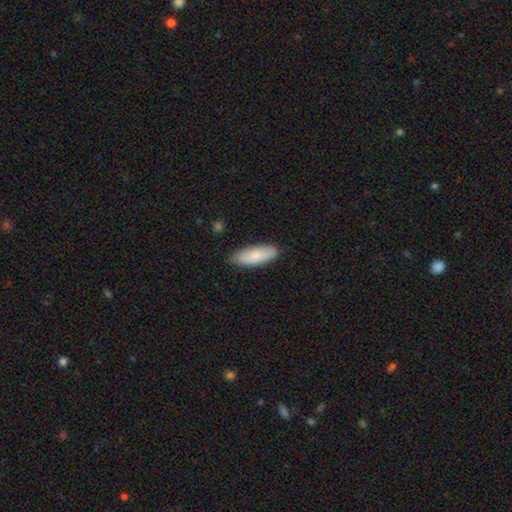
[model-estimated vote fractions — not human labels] smooth-or-featured: smooth: 79% | featured or disk: 15% | star or artifact: 6%
  how-rounded: in between: 70% | cigar-shaped: 28% | round: 2%
  merging: none: 80% | minor disturbance: 17% | major disturbance: 2% | merger: 1%